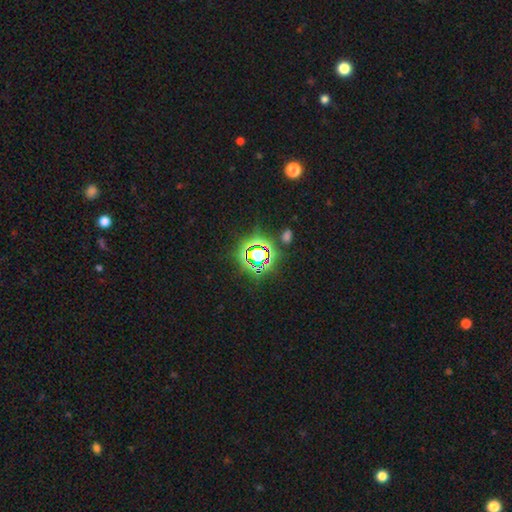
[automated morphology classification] Smooth or featured?
  - star or artifact: 73% *
  - smooth: 17%
  - featured or disk: 10%